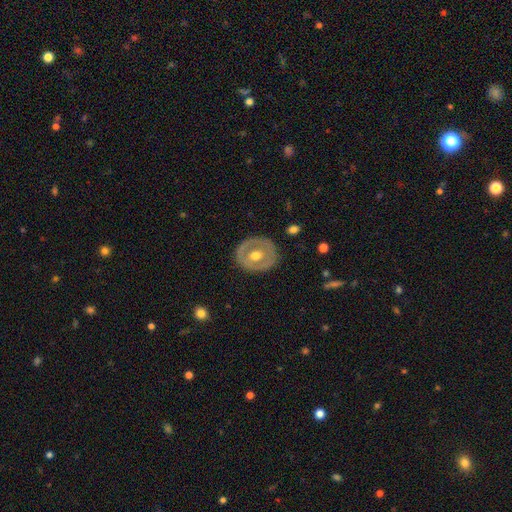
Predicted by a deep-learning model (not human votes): featured or disk 56%, smooth 39%, star or artifact 5%. Down the decision tree: edge-on disk — no (94%); bar — no (75%); spiral arms — no (86%); bulge size — moderate (79%); merging — none (82%).